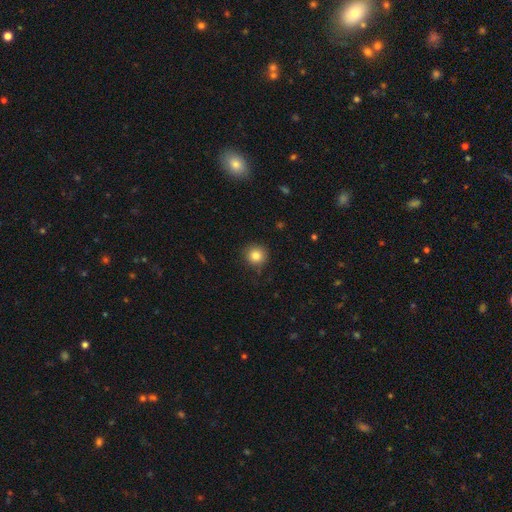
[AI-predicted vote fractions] smooth 84%, star or artifact 11%, featured or disk 6%. Down the decision tree: how rounded — round (93%); merging — none (86%).